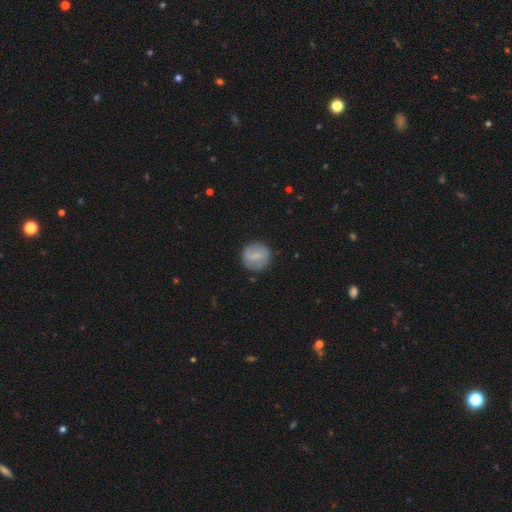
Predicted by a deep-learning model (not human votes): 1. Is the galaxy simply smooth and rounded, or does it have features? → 65% smooth, 28% featured or disk, 7% star or artifact.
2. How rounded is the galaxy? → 87% round, 12% in between, 1% cigar-shaped.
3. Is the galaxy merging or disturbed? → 84% none, 11% minor disturbance, 4% major disturbance, 1% merger.